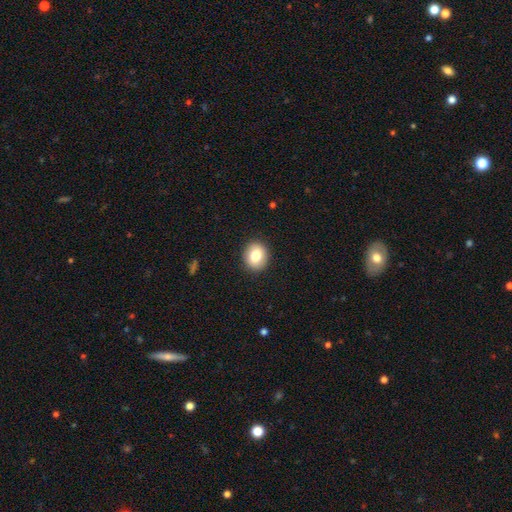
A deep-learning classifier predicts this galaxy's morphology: type=smooth (81%); roundness=round (61%); merging=none (90%).